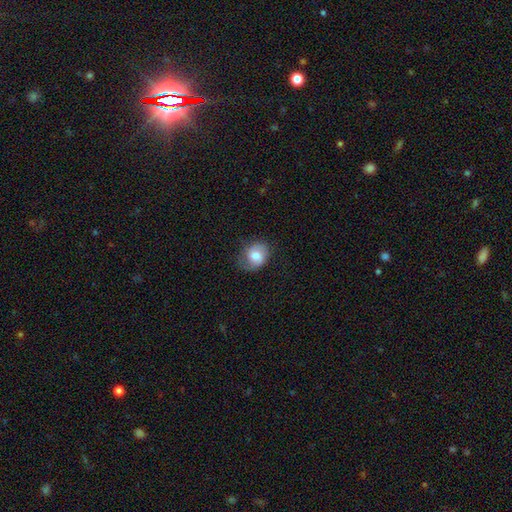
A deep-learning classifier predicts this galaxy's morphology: Overall: smooth (60%; featured or disk 31%). How rounded: round (55%; in between 45%). Merging: none (66%).